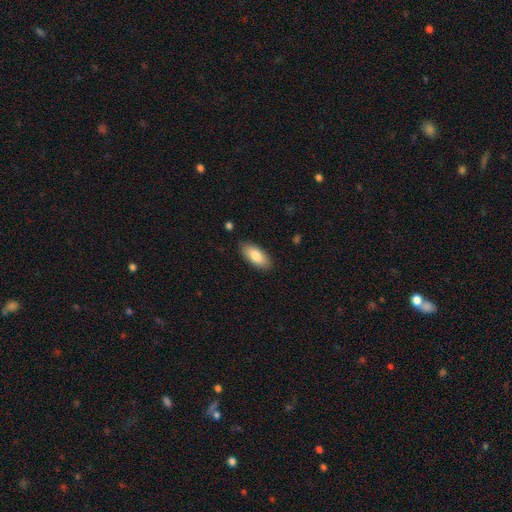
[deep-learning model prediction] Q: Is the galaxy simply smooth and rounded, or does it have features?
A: smooth — 83%.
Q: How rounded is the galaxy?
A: in between — 87%.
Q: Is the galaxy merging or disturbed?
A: none — 86%.